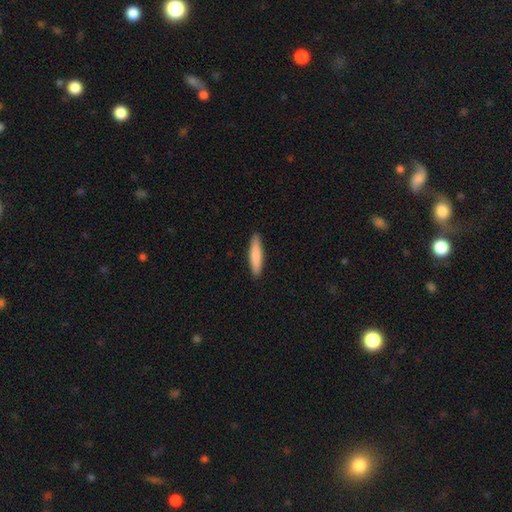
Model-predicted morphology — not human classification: smooth 83%, featured or disk 12%, star or artifact 5%. Down the decision tree: how rounded — cigar-shaped (85%); merging — none (90%).